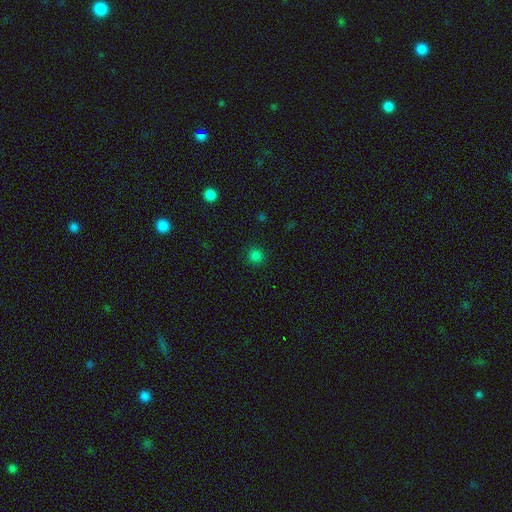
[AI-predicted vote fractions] Smooth or featured?
  - smooth: 81% *
  - star or artifact: 16%
  - featured or disk: 3%
How rounded?
  - round: 94% *
  - in between: 5%
  - cigar-shaped: 1%
Merging?
  - none: 91% *
  - minor disturbance: 6%
  - major disturbance: 2%
  - merger: 1%